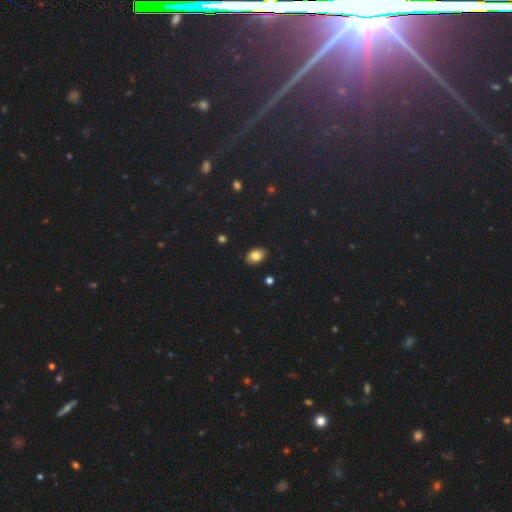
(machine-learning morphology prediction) Smooth or featured? smooth (83%)
How rounded? in between (80%)
Merging? none (87%)